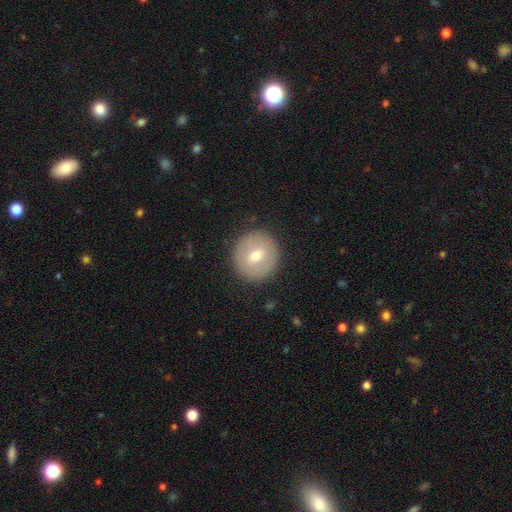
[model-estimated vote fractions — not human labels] This is likely a smooth galaxy (62%). How rounded: clearly round (93%). Merging: clearly none (90%).